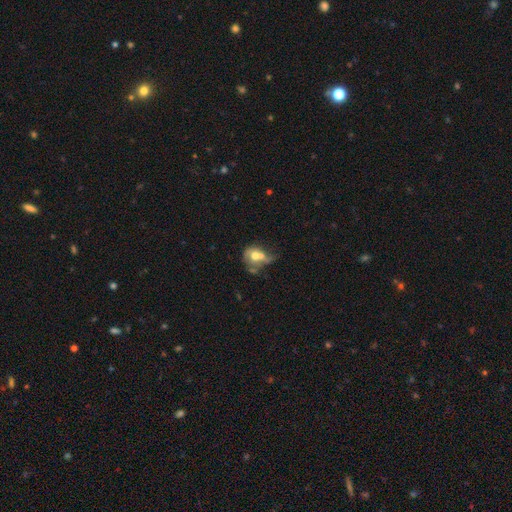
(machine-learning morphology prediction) The model was most divided on "how rounded": round: 53%, in between: 45%, cigar-shaped: 1%. Remaining: smooth or featured — smooth (53%); merging — merger (49%).